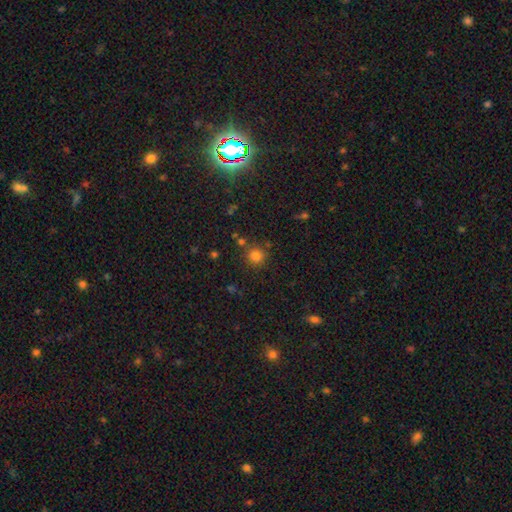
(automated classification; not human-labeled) Smooth or featured? smooth (80%)
How rounded? round (93%)
Merging? none (80%)